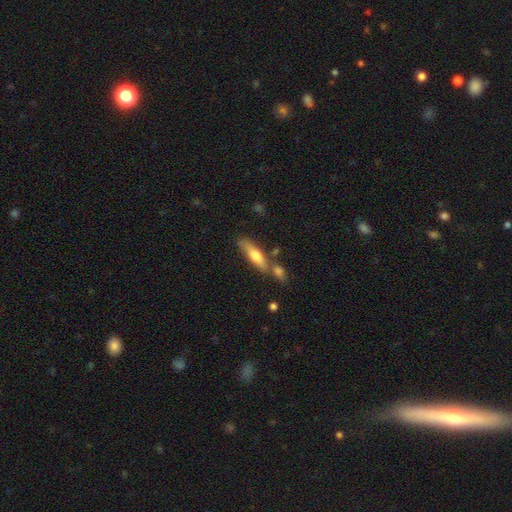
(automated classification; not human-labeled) smooth-or-featured: smooth: 62% | featured or disk: 32% | star or artifact: 6%
  how-rounded: cigar-shaped: 65% | in between: 33% | round: 2%
  merging: none: 60% | merger: 21% | minor disturbance: 15% | major disturbance: 4%